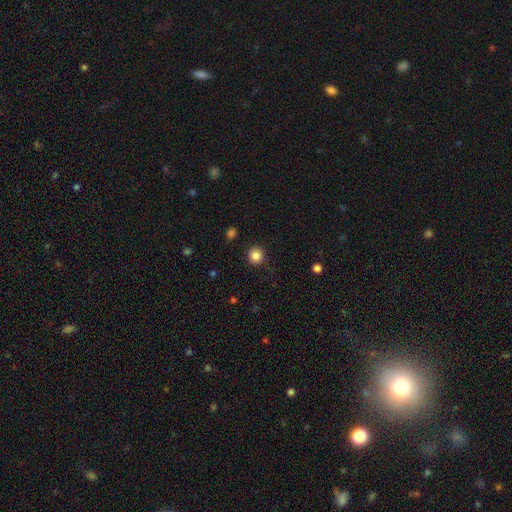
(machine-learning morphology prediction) Smooth or featured?
  - smooth: 85% *
  - star or artifact: 11%
  - featured or disk: 4%
How rounded?
  - round: 93% *
  - in between: 6%
  - cigar-shaped: 1%
Merging?
  - none: 90% *
  - minor disturbance: 7%
  - major disturbance: 2%
  - merger: 1%